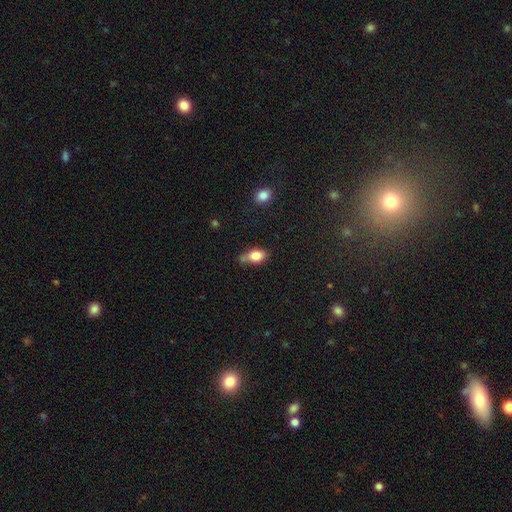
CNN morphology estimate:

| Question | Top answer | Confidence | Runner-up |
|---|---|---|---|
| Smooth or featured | smooth | 81% | featured or disk (11%) |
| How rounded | in between | 81% | round (14%) |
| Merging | none | 46% | minor disturbance (35%) |